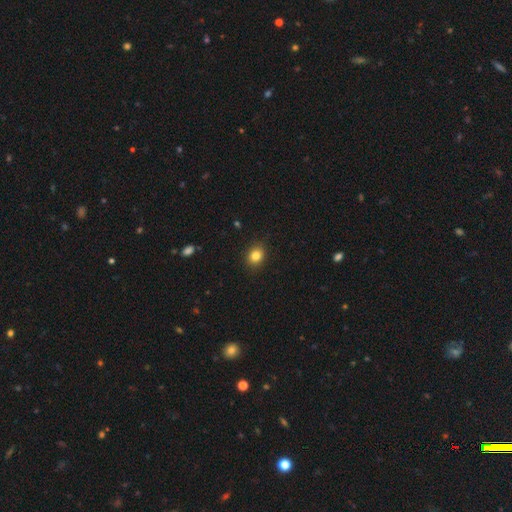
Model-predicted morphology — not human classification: smooth_or_featured: smooth (p=0.84) [alt: star or artifact p=0.11]
how_rounded: round (p=0.62) [alt: in between p=0.37]
merging: none (p=0.89) [alt: minor disturbance p=0.08]